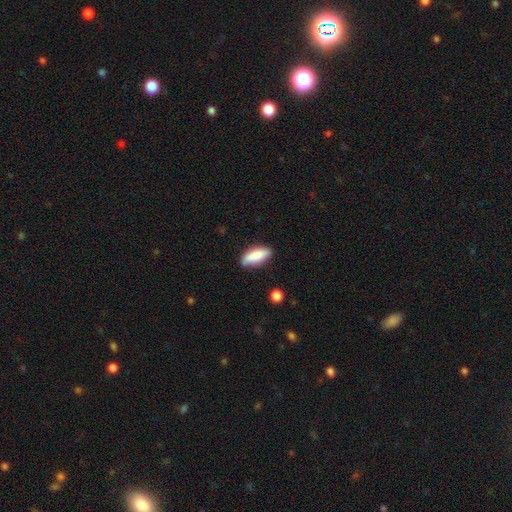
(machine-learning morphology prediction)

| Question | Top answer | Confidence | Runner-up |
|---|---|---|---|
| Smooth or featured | smooth | 86% | featured or disk (8%) |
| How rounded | in between | 77% | cigar-shaped (21%) |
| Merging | none | 81% | minor disturbance (14%) |